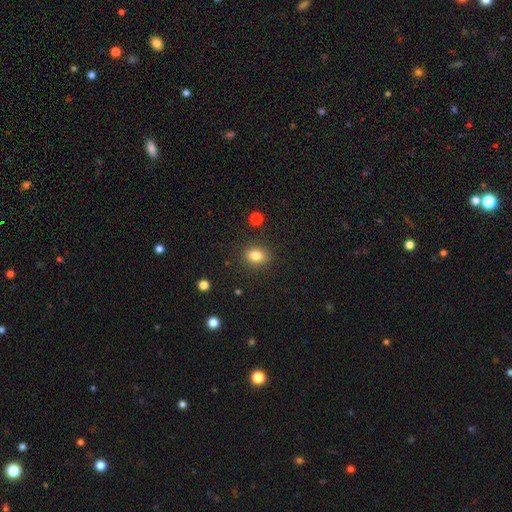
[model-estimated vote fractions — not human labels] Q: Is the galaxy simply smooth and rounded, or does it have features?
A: smooth — 82%.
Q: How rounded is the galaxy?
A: round — 53%.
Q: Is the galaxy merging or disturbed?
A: none — 87%.